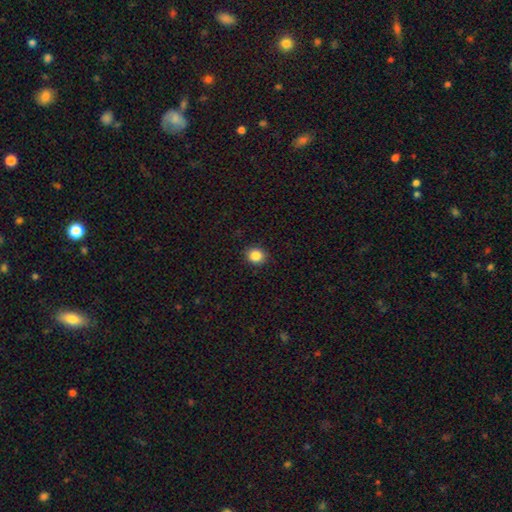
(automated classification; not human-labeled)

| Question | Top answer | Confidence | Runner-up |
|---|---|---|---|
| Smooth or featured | smooth | 85% | star or artifact (10%) |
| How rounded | round | 77% | in between (22%) |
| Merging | none | 90% | minor disturbance (7%) |